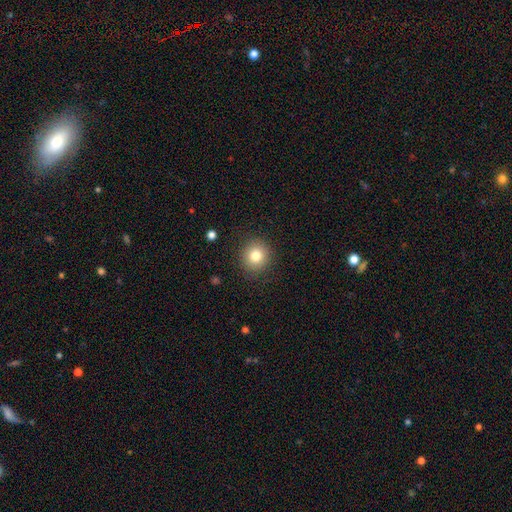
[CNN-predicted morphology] This is clearly a smooth galaxy (80%). How rounded: clearly round (90%). Merging: clearly none (89%).